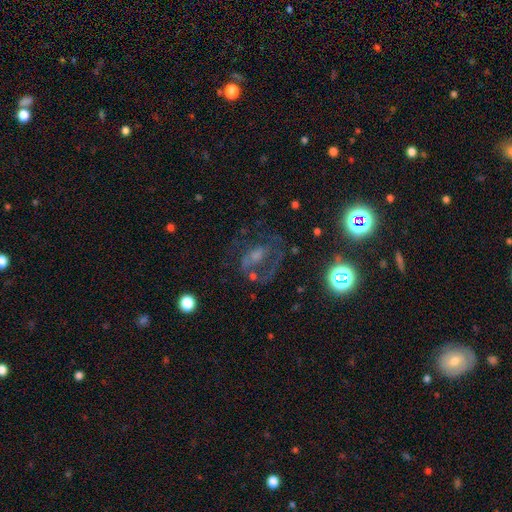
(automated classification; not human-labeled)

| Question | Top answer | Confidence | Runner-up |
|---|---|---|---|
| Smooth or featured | featured or disk | 57% | star or artifact (22%) |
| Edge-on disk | no | 95% | yes (5%) |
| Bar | no | 54% | weak (31%) |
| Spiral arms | yes | 53% | no (47%) |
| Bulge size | moderate | 35% | small (31%) |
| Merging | none | 50% | major disturbance (28%) |